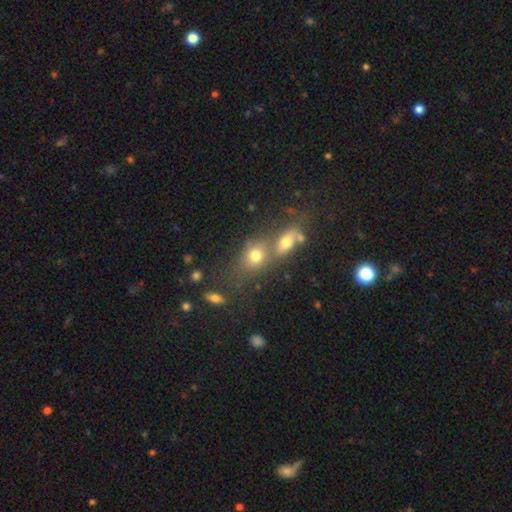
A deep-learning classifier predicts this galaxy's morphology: This appears to be a smooth galaxy with no disk features (68%) that is in between round and cigar-shaped (48%, tied with round). Merging: merger (52%).